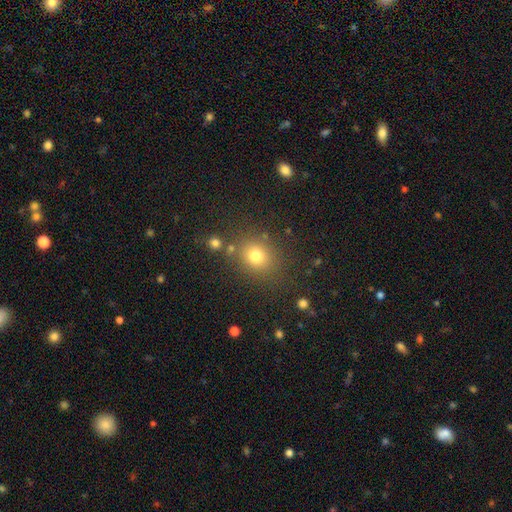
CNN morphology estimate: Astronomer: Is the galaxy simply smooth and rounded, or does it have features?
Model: smooth — 75%.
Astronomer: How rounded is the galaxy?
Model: round — 68%.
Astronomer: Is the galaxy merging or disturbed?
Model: none — 78%.